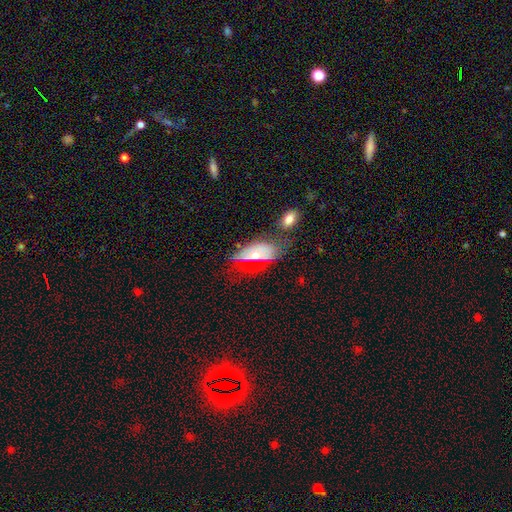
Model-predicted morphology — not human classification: smooth_or_featured: smooth (p=0.49) [alt: featured or disk p=0.39]
merging: none (p=0.44) [alt: minor disturbance p=0.26]